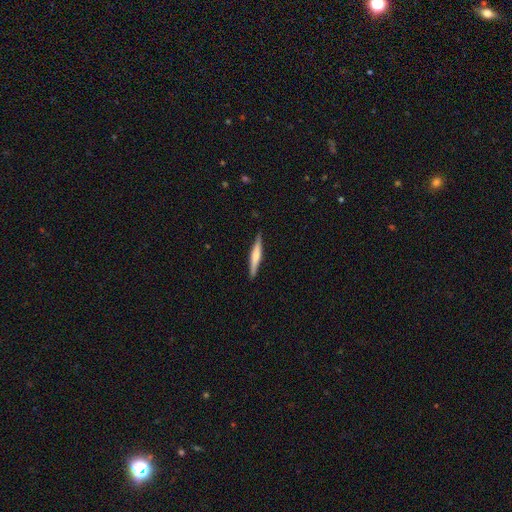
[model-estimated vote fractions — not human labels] This is possibly a featured or disk galaxy (48%). Merging: clearly none (89%).